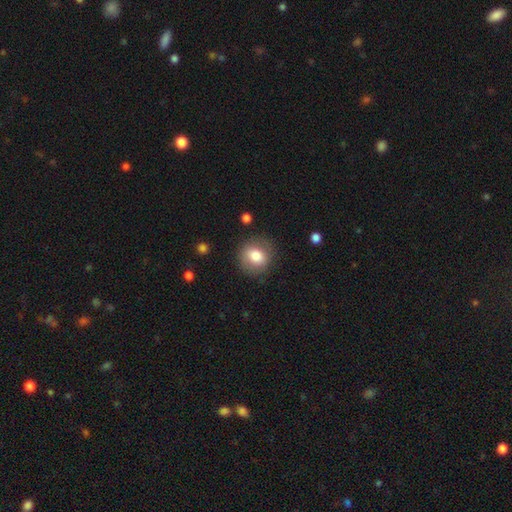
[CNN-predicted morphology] Overall: smooth (77%). How rounded: round (81%). Merging: none (83%).